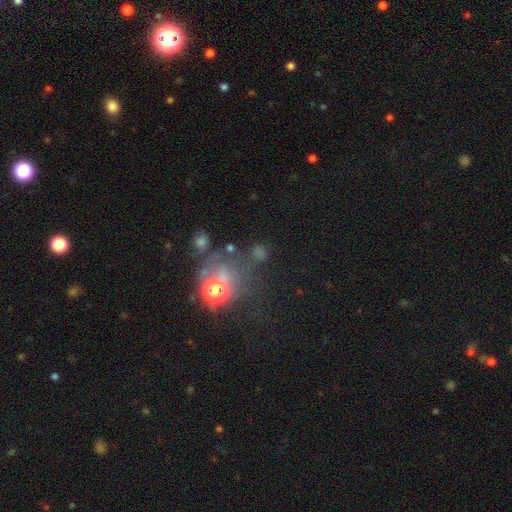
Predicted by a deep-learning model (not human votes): The model was most divided on "smooth or featured": star or artifact: 46%, smooth: 38%, featured or disk: 17%.